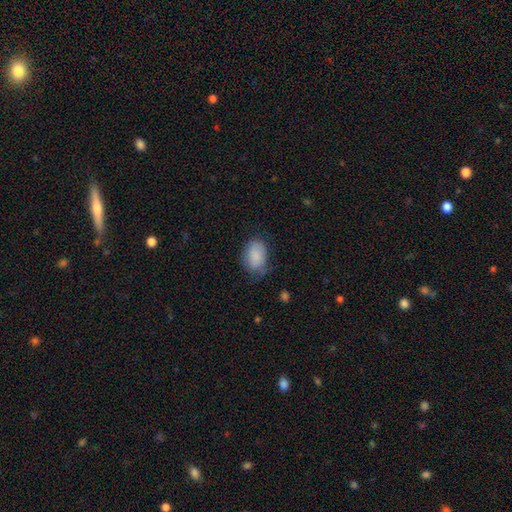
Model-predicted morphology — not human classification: Smooth or featured?
  - smooth: 86% *
  - star or artifact: 7%
  - featured or disk: 7%
How rounded?
  - in between: 82% *
  - round: 17%
  - cigar-shaped: 1%
Merging?
  - none: 59% *
  - minor disturbance: 30%
  - major disturbance: 8%
  - merger: 2%